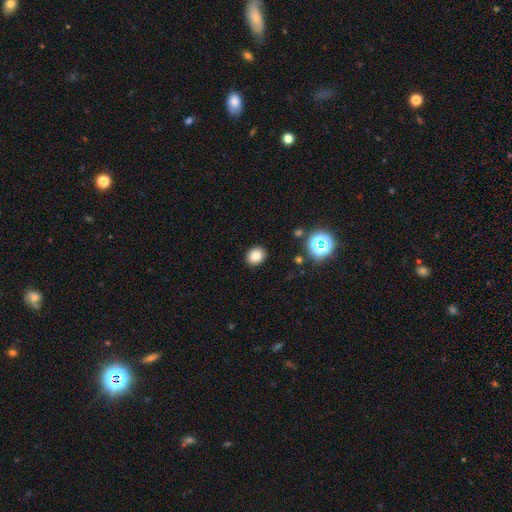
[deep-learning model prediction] smooth-or-featured: smooth: 82% | star or artifact: 12% | featured or disk: 5%
  how-rounded: round: 59% | in between: 41% | cigar-shaped: 1%
  merging: none: 90% | minor disturbance: 6% | major disturbance: 2% | merger: 1%